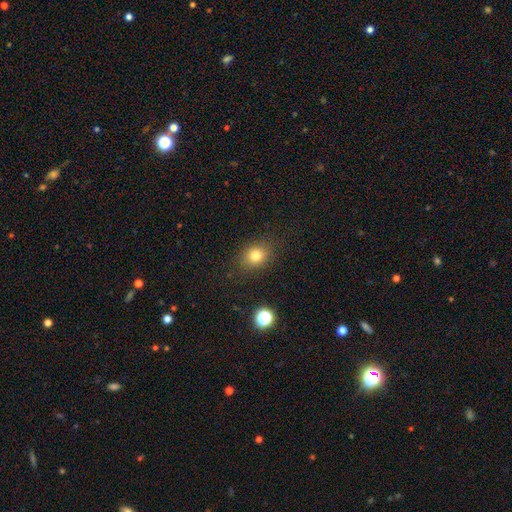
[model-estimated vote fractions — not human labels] The model was most divided on "how rounded": round: 58%, in between: 41%, cigar-shaped: 1%. More confident: merging — none (84%); smooth or featured — smooth (79%).